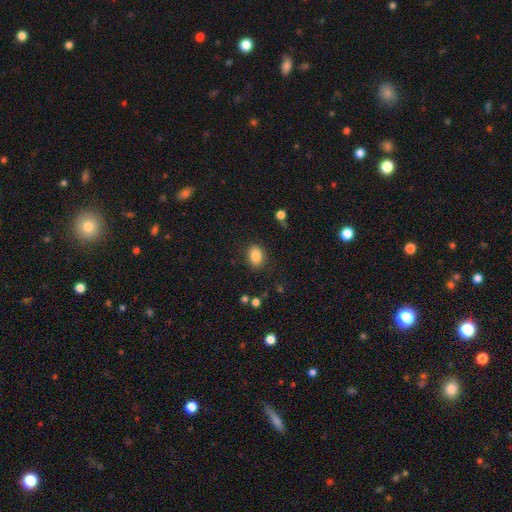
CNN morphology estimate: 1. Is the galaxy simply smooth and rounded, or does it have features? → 84% smooth, 9% star or artifact, 7% featured or disk.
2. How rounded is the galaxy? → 65% in between, 34% round, 1% cigar-shaped.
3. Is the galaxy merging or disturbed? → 86% none, 10% minor disturbance, 3% major disturbance, 1% merger.